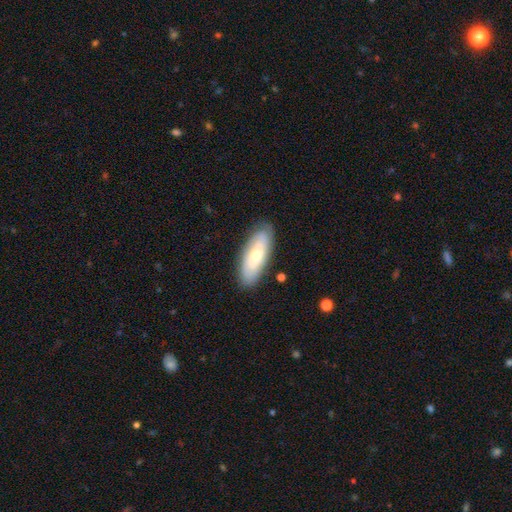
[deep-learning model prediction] A smooth galaxy with no disk features (53%) that is in between round and cigar-shaped (74%).

Vote fractions:
- Smooth or featured? smooth: 53% / featured or disk: 41% / star or artifact: 6%
- How rounded? in between: 74% / cigar-shaped: 23% / round: 2%
- Merging? none: 82% / minor disturbance: 14% / major disturbance: 3% / merger: 2%